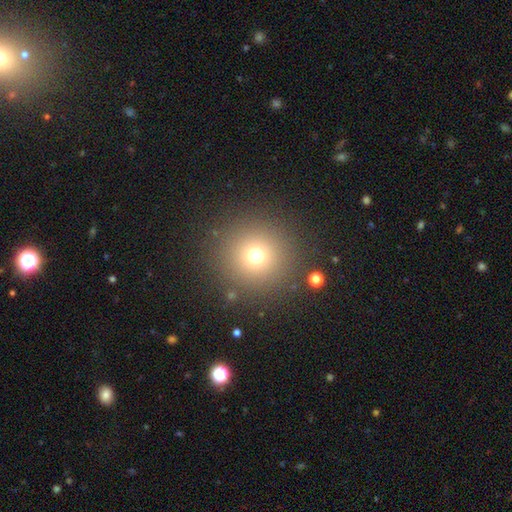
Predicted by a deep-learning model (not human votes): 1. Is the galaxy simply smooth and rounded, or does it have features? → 71% smooth, 19% star or artifact, 10% featured or disk.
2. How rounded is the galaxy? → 95% round, 4% in between, 1% cigar-shaped.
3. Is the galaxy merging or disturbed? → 88% none, 6% minor disturbance, 4% major disturbance, 2% merger.